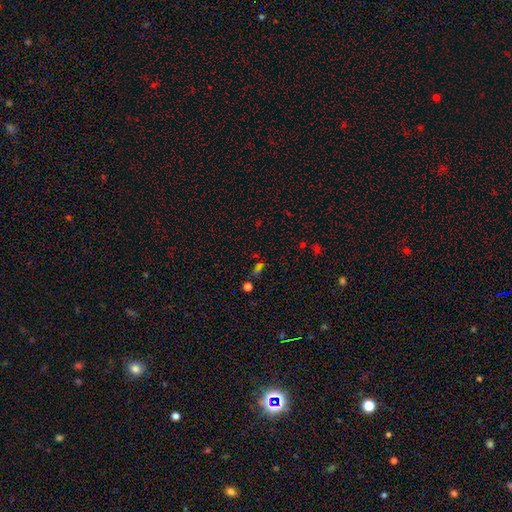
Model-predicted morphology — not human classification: This appears to be a star or artifact, not a galaxy (46%).